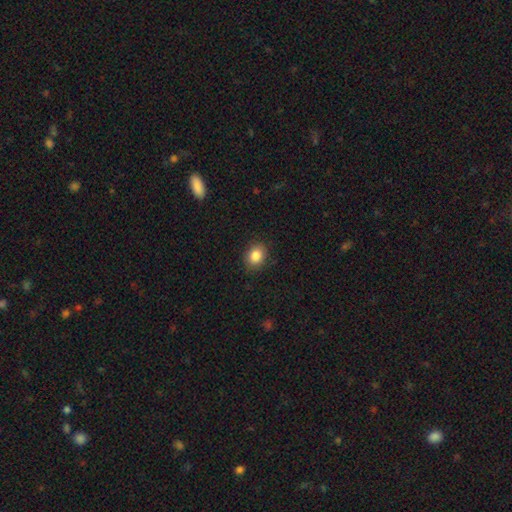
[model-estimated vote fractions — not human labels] Morphology: type=smooth (85%); roundness=in between (50%); merging=none (88%).